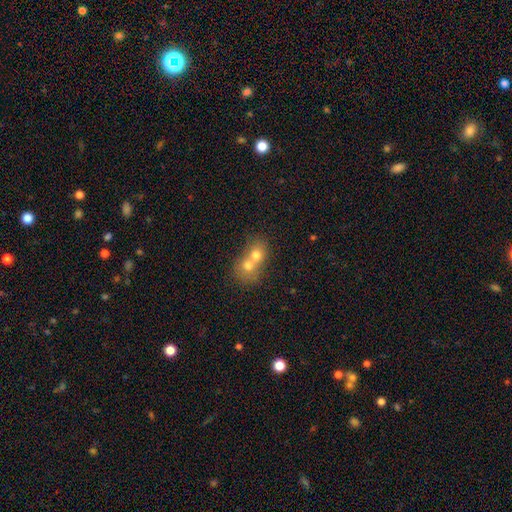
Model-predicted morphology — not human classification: smooth 67%, featured or disk 23%, star or artifact 10%. Down the decision tree: how rounded — round (63%); merging — merger (77%).